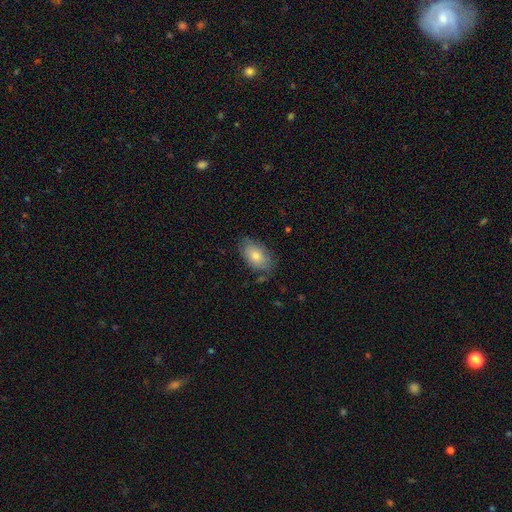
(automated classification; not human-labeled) A smooth galaxy with no disk features (74%) that is in between round and cigar-shaped (91%). Merging: none (75%).